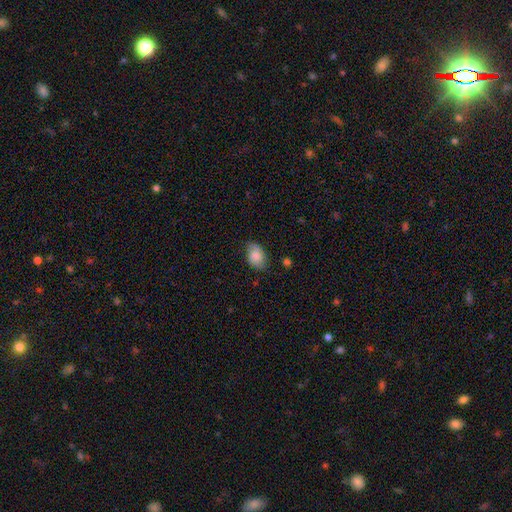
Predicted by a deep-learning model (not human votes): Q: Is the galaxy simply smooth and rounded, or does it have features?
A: smooth — 75%.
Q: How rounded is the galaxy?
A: in between — 87%.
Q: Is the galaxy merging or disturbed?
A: none — 72%.